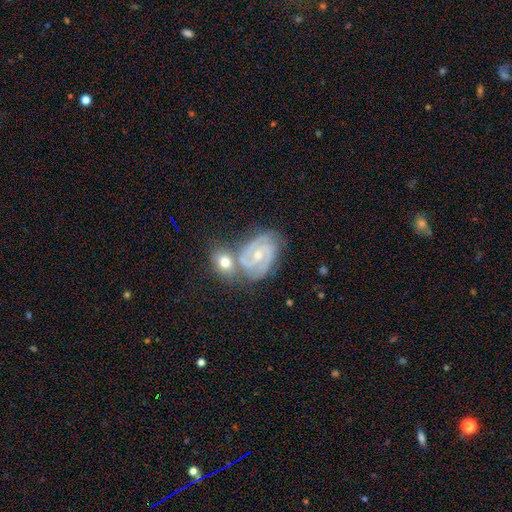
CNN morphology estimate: Overall: featured or disk (84%). Edge-on disk: no (97%). Bar: no (51%; weak 36%). Spiral arms: yes (97%). Spiral arm count: 2 (58%; 3 21%). Spiral winding: tight (68%). Bulge size: small (51%; moderate 46%). Merging: none (54%; merger 27%).